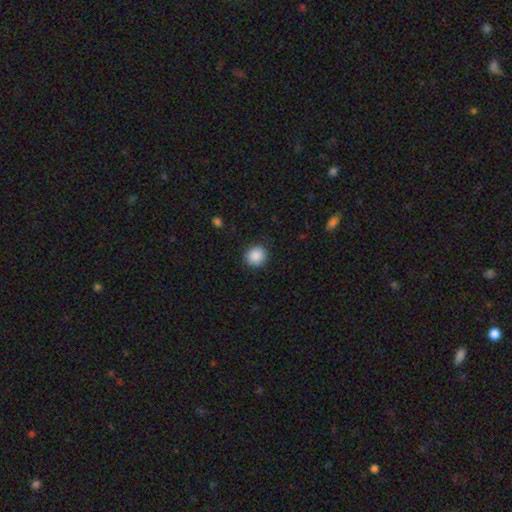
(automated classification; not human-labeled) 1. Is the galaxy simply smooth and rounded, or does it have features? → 88% smooth, 9% star or artifact, 3% featured or disk.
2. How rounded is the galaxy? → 90% round, 10% in between, 1% cigar-shaped.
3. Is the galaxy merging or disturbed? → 90% none, 7% minor disturbance, 2% major disturbance, 1% merger.